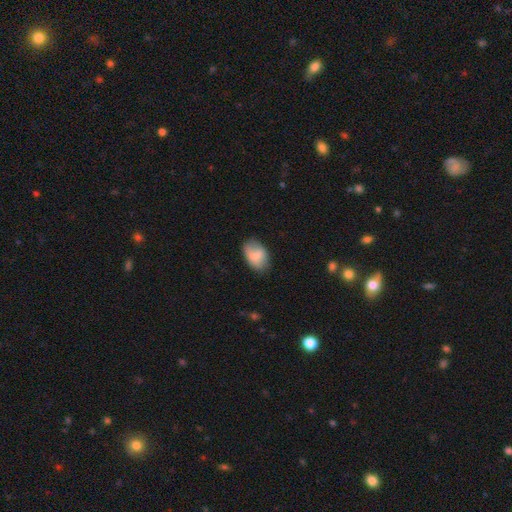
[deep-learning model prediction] Smooth or featured?
  - smooth: 76% *
  - featured or disk: 17%
  - star or artifact: 7%
How rounded?
  - in between: 89% *
  - round: 10%
  - cigar-shaped: 1%
Merging?
  - none: 67% *
  - minor disturbance: 25%
  - major disturbance: 6%
  - merger: 2%